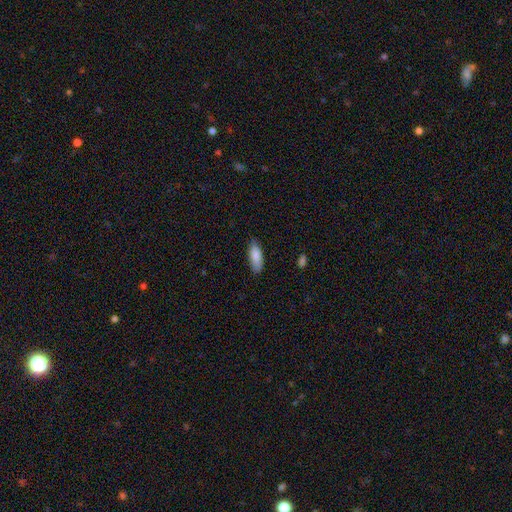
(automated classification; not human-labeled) Smooth or featured: smooth — 85% (featured or disk — 9%)
How rounded: in between — 74% (cigar-shaped — 24%)
Merging: none — 79% (minor disturbance — 17%)